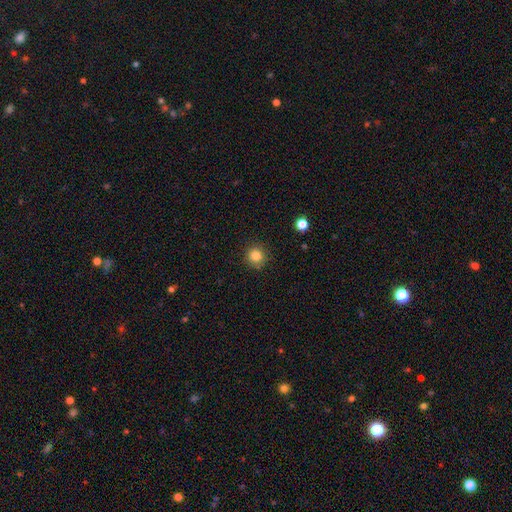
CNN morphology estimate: Smooth or featured?
  - smooth: 83% *
  - star or artifact: 12%
  - featured or disk: 5%
How rounded?
  - round: 94% *
  - in between: 5%
  - cigar-shaped: 1%
Merging?
  - none: 89% *
  - minor disturbance: 7%
  - major disturbance: 2%
  - merger: 1%